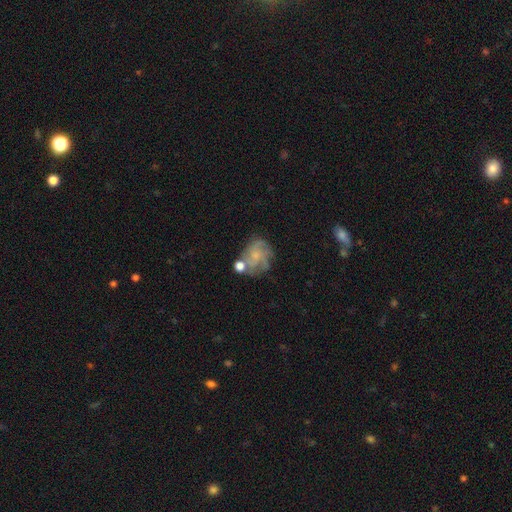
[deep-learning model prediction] Overall: featured or disk (63%; smooth 28%). Edge-on disk: no (98%). Bar: no (79%). Spiral arms: yes (79%). Bulge size: small (61%). Merging: none (50%; minor disturbance 21%).